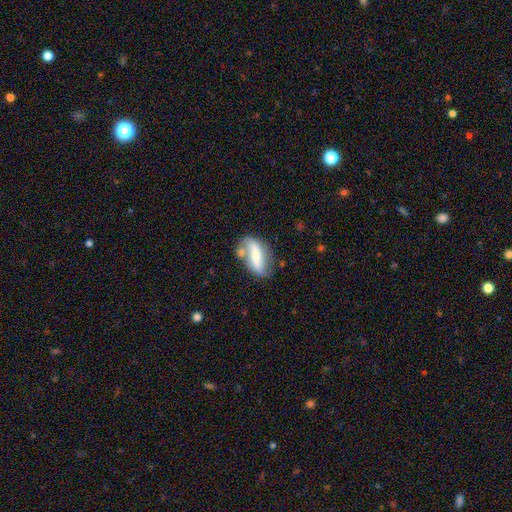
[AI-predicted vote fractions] Q: Smooth or featured?
A: featured or disk (56%); runner-up: smooth (37%)
Q: Edge-on disk?
A: no (80%); runner-up: yes (20%)
Q: Merging?
A: none (57%); runner-up: minor disturbance (22%)